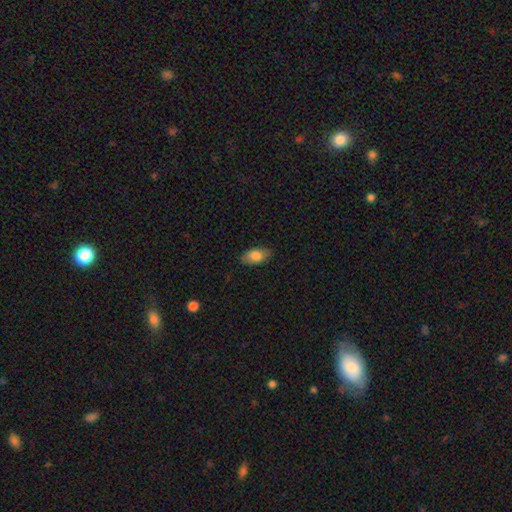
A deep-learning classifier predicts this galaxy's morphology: smooth_or_featured: smooth (p=0.80) [alt: featured or disk p=0.13]
how_rounded: in between (p=0.91) [alt: round p=0.05]
merging: none (p=0.83) [alt: minor disturbance p=0.13]